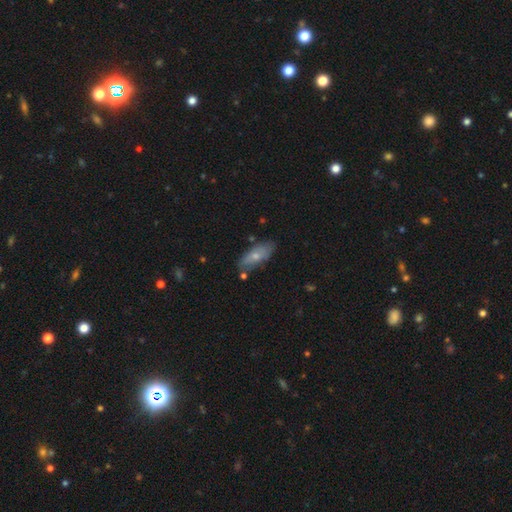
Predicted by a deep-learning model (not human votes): Overall: smooth (63%; featured or disk 30%). How rounded: in between (75%). Merging: none (72%).